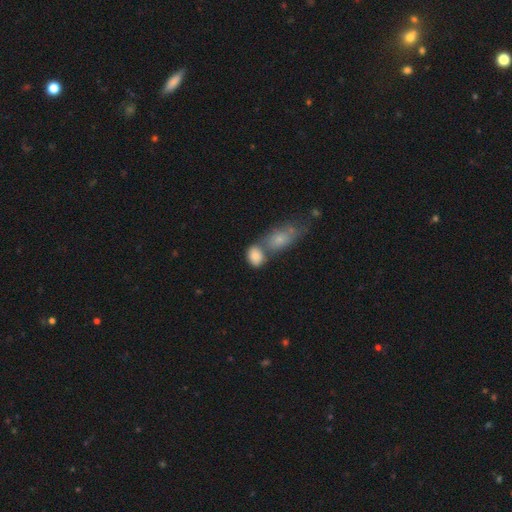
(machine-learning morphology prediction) Smooth or featured? Predicted: smooth (p=0.84). How rounded? Predicted: in between (p=0.76). Merging? Predicted: merger (p=0.45).